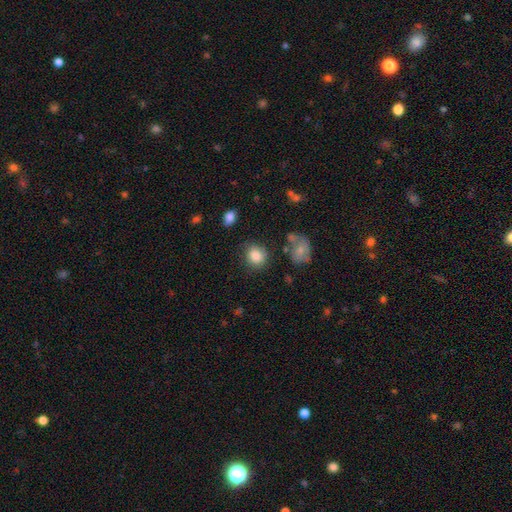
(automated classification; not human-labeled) smooth-or-featured: smooth: 84% | star or artifact: 9% | featured or disk: 7%
  how-rounded: round: 75% | in between: 24% | cigar-shaped: 1%
  merging: none: 76% | minor disturbance: 15% | major disturbance: 5% | merger: 4%